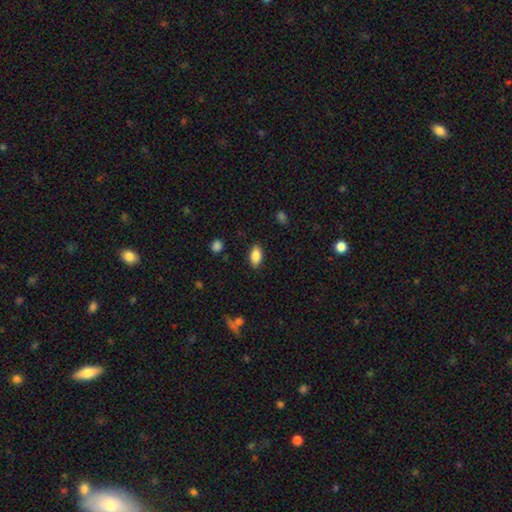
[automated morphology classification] Smooth or featured: smooth — 86% (star or artifact — 8%)
How rounded: in between — 91% (round — 6%)
Merging: none — 87% (minor disturbance — 10%)